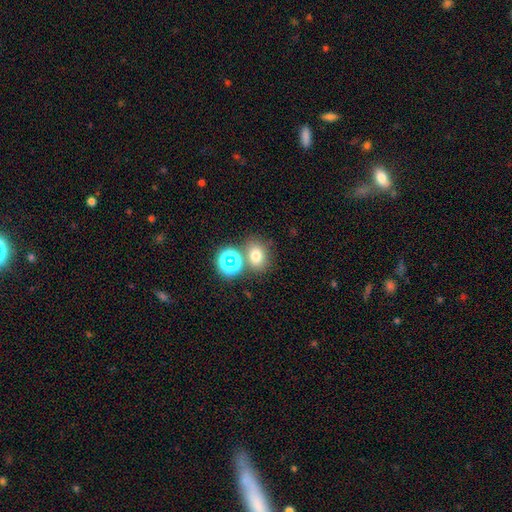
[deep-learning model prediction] This appears to be a smooth galaxy with no disk features (69%) that is round (52%). Merging: none (67%).